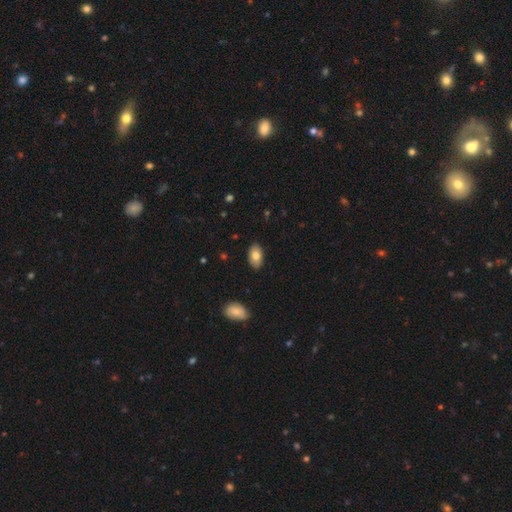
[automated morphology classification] smooth_or_featured: smooth (p=0.79) [alt: featured or disk p=0.14]
how_rounded: in between (p=0.94) [alt: round p=0.05]
merging: none (p=0.87) [alt: minor disturbance p=0.10]